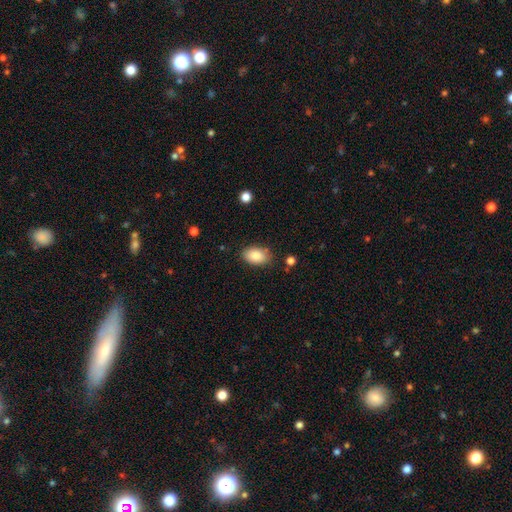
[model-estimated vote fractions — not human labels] Smooth or featured? Predicted: smooth (p=0.87). How rounded? Predicted: in between (p=0.91). Merging? Predicted: none (p=0.82).